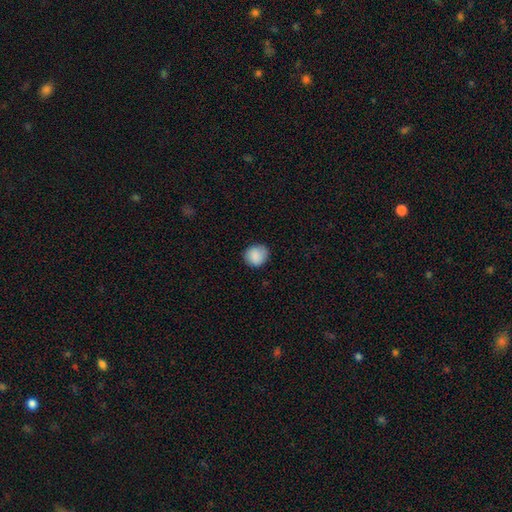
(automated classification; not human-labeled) Smooth or featured? smooth (89%)
How rounded? round (81%)
Merging? none (83%)